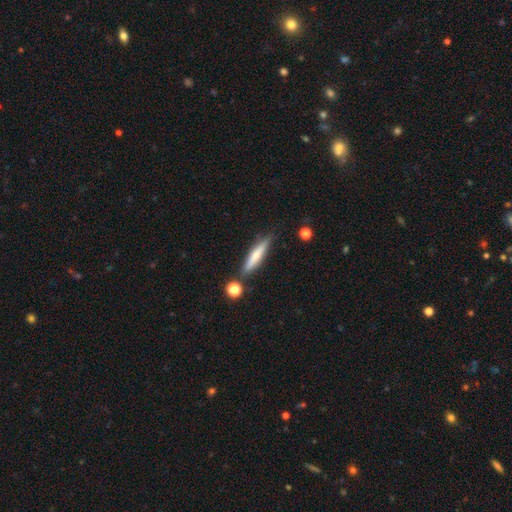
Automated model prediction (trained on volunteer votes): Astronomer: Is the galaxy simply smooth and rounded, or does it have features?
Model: smooth — 61%.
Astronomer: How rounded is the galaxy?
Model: cigar-shaped — 87%.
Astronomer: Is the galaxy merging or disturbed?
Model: none — 79%.